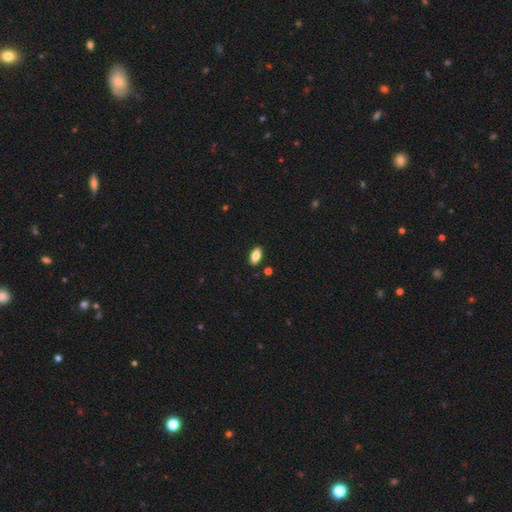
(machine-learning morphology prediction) Smooth or featured? Predicted: smooth (p=0.77). How rounded? Predicted: in between (p=0.89). Merging? Predicted: none (p=0.89).